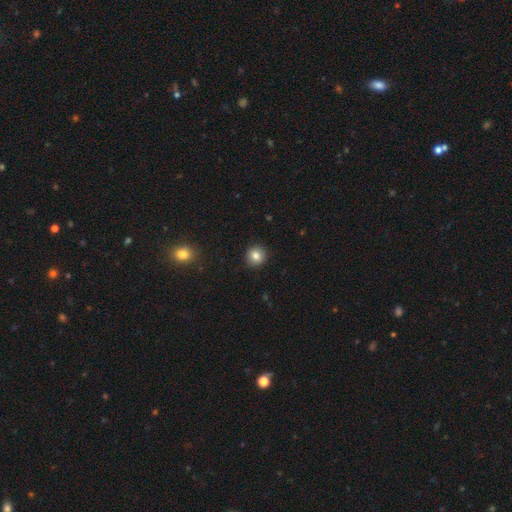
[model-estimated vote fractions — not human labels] Morphology: type=smooth (83%); roundness=round (93%); merging=none (92%).